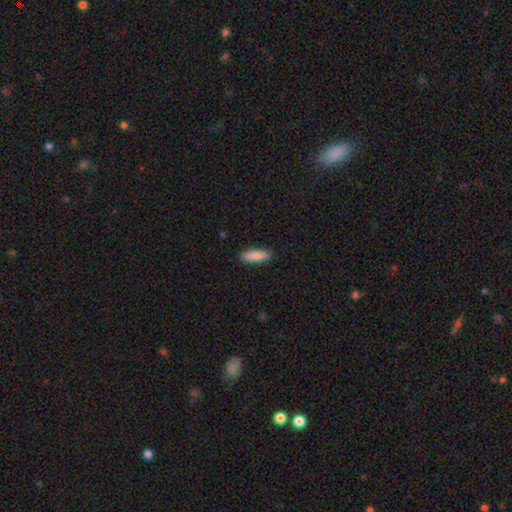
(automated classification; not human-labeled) Smooth or featured? smooth (87%)
How rounded? cigar-shaped (59%)
Merging? none (89%)